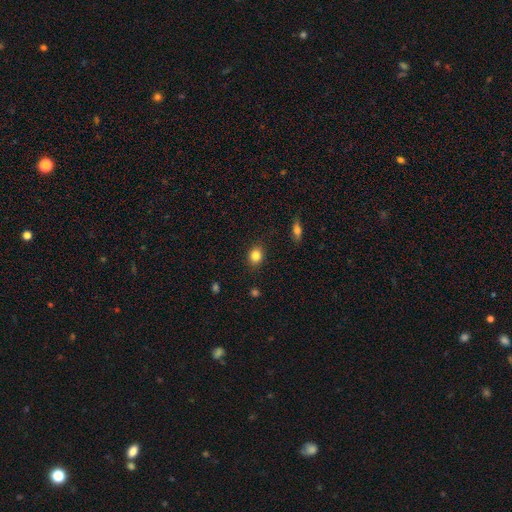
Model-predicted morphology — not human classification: The model was most divided on "how rounded": round: 62%, in between: 37%, cigar-shaped: 1%. More confident: merging — none (87%); smooth or featured — smooth (84%).